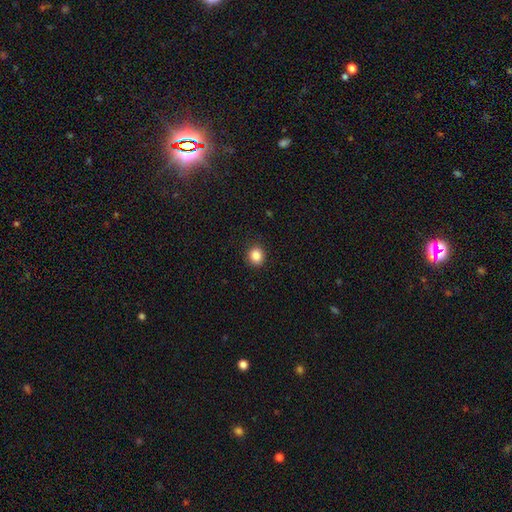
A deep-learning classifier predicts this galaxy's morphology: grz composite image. It shows a smooth galaxy with no disk features (86%) that is round (81%). Merging: none (91%).